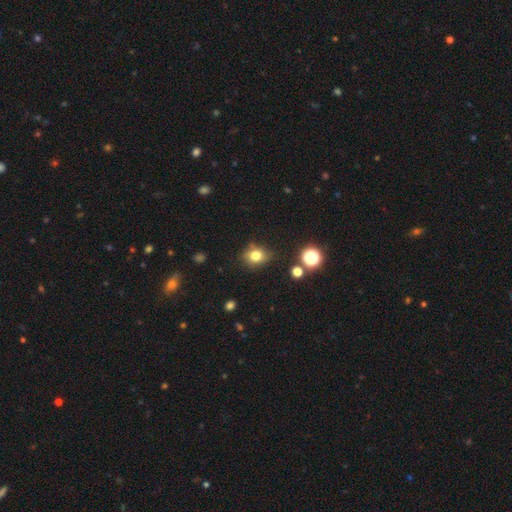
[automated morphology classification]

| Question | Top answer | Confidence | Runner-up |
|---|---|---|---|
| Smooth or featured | smooth | 77% | star or artifact (15%) |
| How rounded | round | 61% | in between (38%) |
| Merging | none | 76% | minor disturbance (17%) |